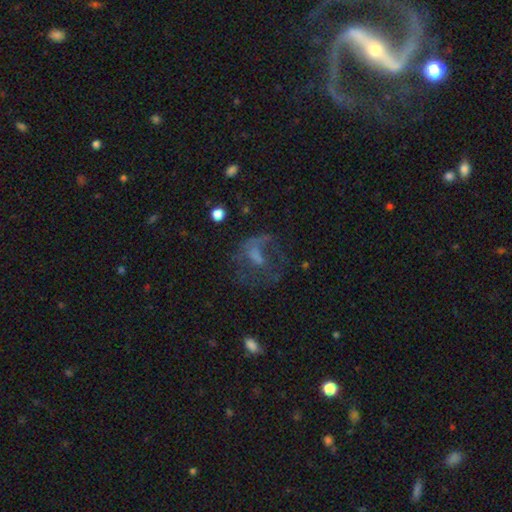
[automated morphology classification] type=featured or disk (50%); merging=major disturbance (48%).